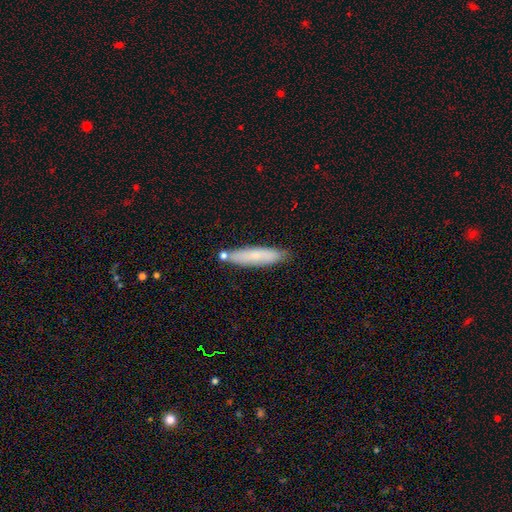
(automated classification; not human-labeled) Overall: smooth (72%). How rounded: cigar-shaped (79%). Merging: none (76%).